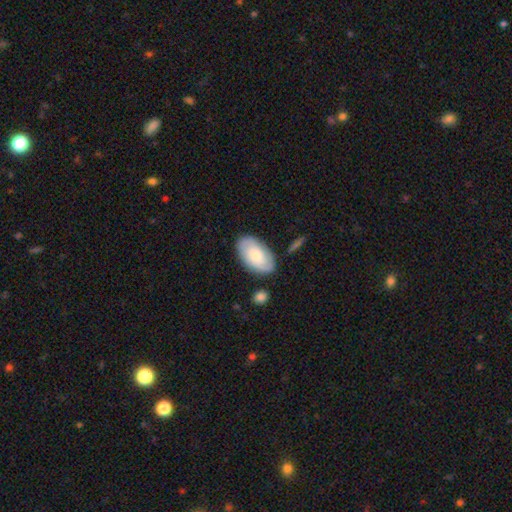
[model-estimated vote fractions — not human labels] Morphology: type=smooth (62%); roundness=in between (94%); merging=none (78%).